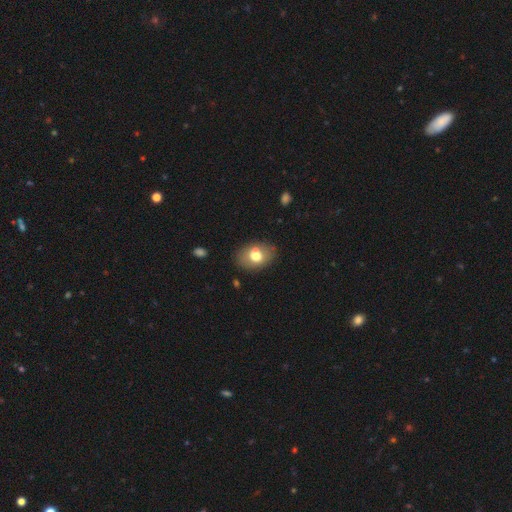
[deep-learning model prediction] A smooth galaxy with no disk features (70%) that is in between round and cigar-shaped (69%).

Vote fractions:
- Smooth or featured? smooth: 70% / featured or disk: 21% / star or artifact: 9%
- How rounded? in between: 69% / round: 30% / cigar-shaped: 1%
- Merging? none: 74% / minor disturbance: 14% / merger: 7% / major disturbance: 4%